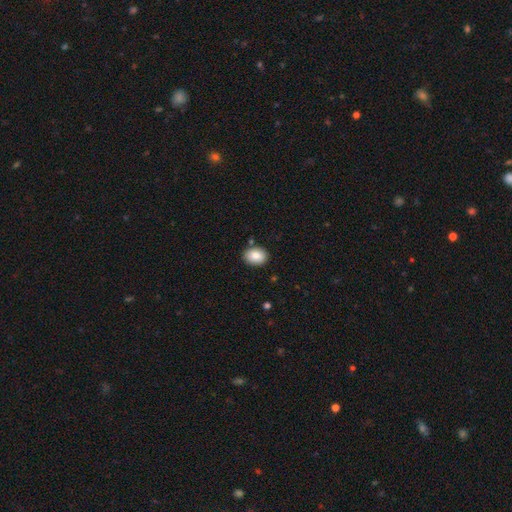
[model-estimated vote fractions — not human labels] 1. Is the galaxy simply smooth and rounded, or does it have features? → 86% smooth, 8% star or artifact, 6% featured or disk.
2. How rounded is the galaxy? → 70% in between, 29% round, 1% cigar-shaped.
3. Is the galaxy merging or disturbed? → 85% none, 10% minor disturbance, 3% merger, 2% major disturbance.